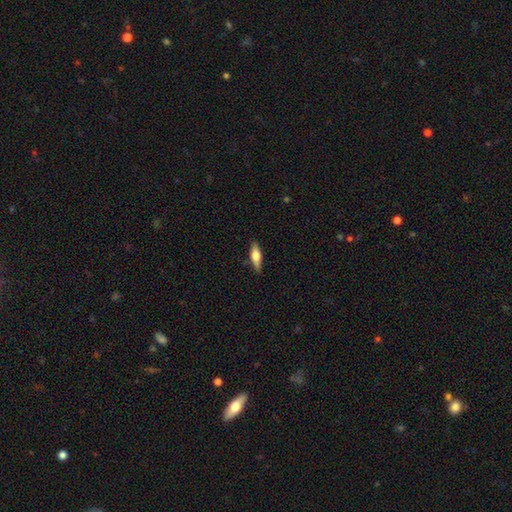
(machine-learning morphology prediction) This appears to be a smooth galaxy with no disk features (54%) that is cigar-shaped (49%). Merging: none (86%).